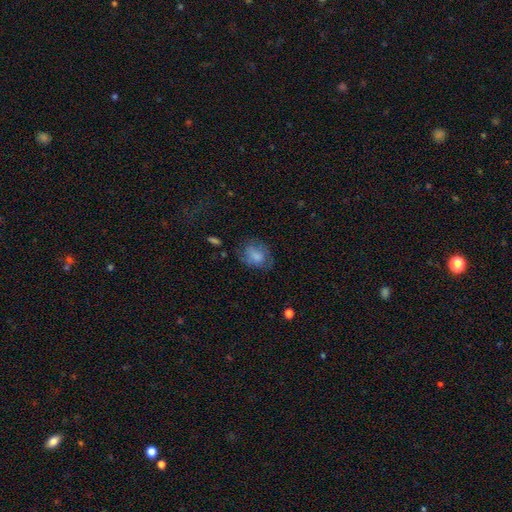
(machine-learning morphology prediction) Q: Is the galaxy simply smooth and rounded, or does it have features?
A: smooth — 71%.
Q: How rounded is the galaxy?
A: in between — 60%.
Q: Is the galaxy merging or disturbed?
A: none — 58%.